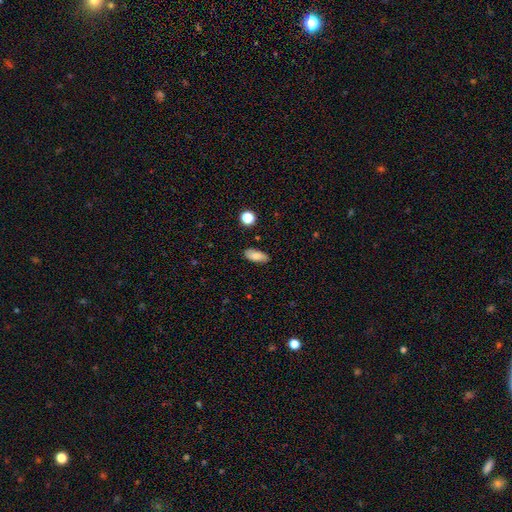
Volunteers were most divided on "smooth or featured": smooth: 69%, featured or disk: 21%, star or artifact: 10%. More confident: how rounded — in between (89%); merging — none (80%).